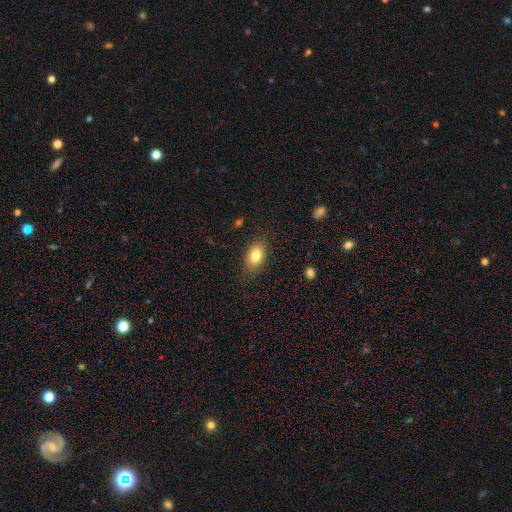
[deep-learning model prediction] A smooth galaxy with no disk features (81%) that is in between round and cigar-shaped (87%). Merging: none (82%).